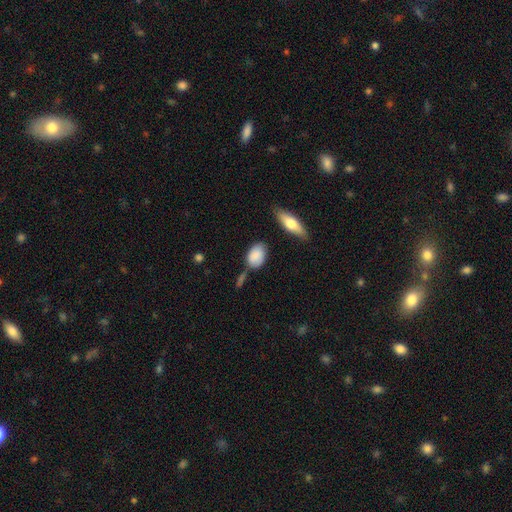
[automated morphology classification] Smooth or featured? smooth (86%)
How rounded? in between (88%)
Merging? none (65%)